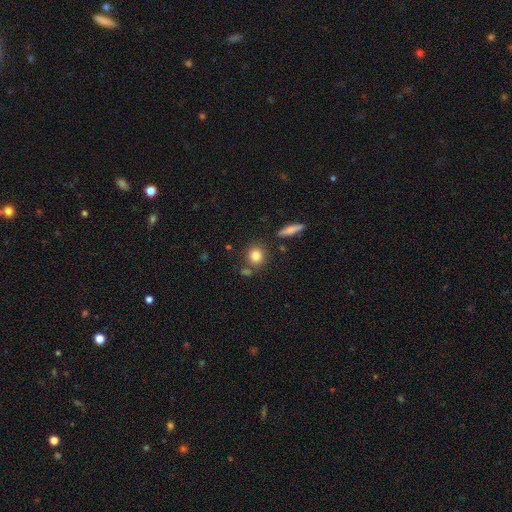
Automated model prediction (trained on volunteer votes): smooth-or-featured: smooth: 84% | star or artifact: 9% | featured or disk: 7%
  how-rounded: round: 78% | in between: 20% | cigar-shaped: 2%
  merging: none: 77% | minor disturbance: 10% | merger: 10% | major disturbance: 3%